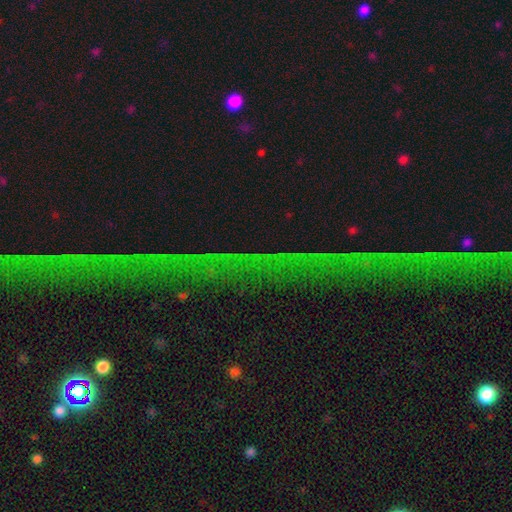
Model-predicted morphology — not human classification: Q: Smooth or featured?
A: star or artifact (84%); runner-up: featured or disk (9%)